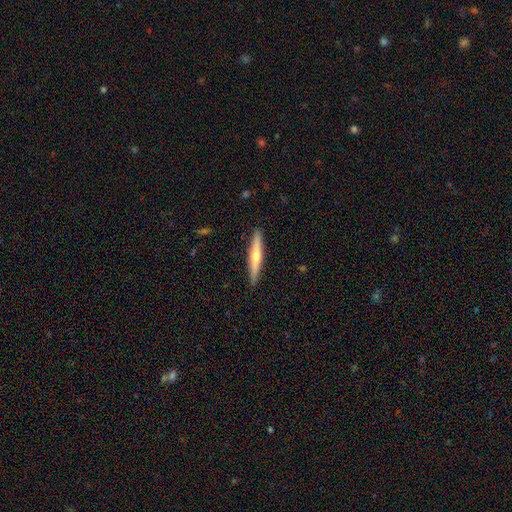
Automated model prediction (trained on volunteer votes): Smooth or featured: featured or disk — 57% (smooth — 38%)
Edge-on disk: yes — 97% (no — 3%)
Edge-on bulge: rounded — 82% (none — 14%)
Merging: none — 91% (minor disturbance — 7%)